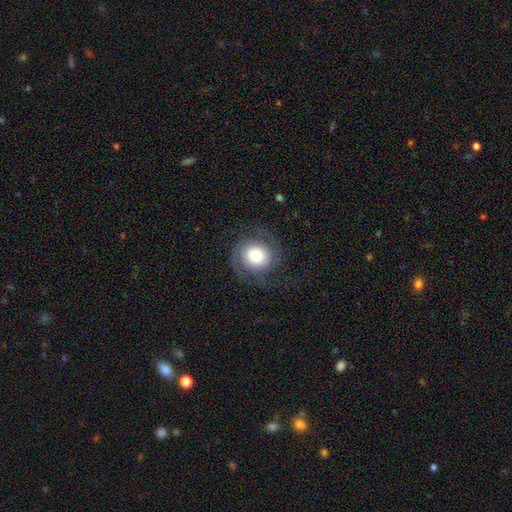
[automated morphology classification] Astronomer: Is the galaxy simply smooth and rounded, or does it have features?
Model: featured or disk — 49% (runner-up: smooth, 42%).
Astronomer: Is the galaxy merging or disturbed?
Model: none — 73%.